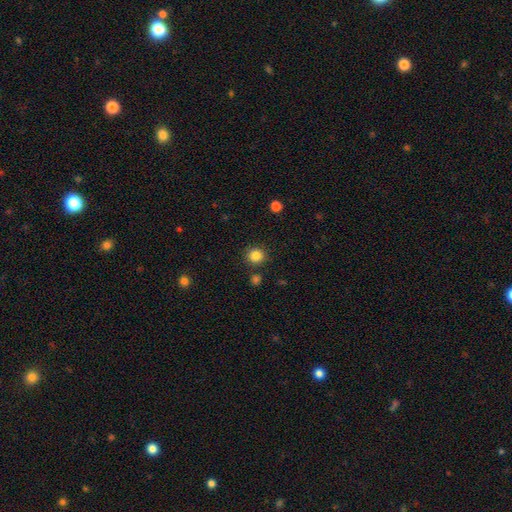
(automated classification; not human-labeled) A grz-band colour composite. It shows a smooth galaxy with no disk features (85%) that is round (90%). Merging: none (87%).